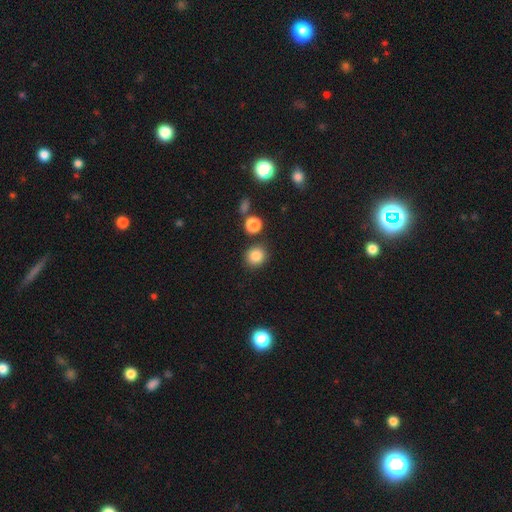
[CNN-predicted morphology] smooth 84%, star or artifact 11%, featured or disk 5%. Down the decision tree: how rounded — round (83%); merging — none (82%).